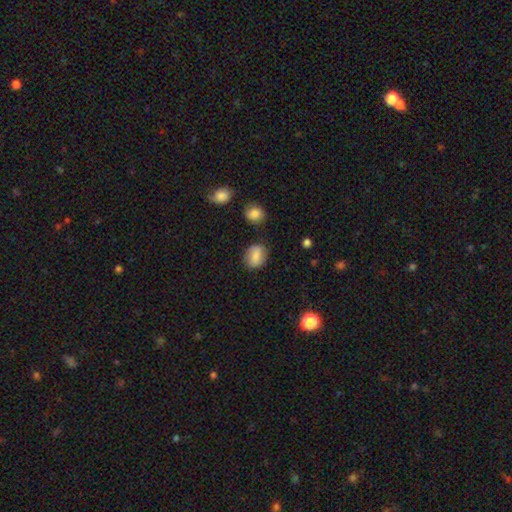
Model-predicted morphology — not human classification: Smooth or featured? Predicted: smooth (p=0.78). How rounded? Predicted: in between (p=0.52). Merging? Predicted: none (p=0.78).